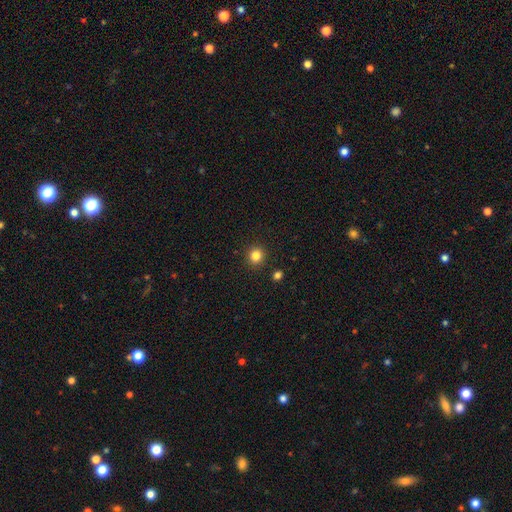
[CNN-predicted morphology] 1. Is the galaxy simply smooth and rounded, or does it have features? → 84% smooth, 12% star or artifact, 4% featured or disk.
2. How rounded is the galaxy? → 91% round, 8% in between, 1% cigar-shaped.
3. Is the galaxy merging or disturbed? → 91% none, 5% minor disturbance, 2% merger, 2% major disturbance.